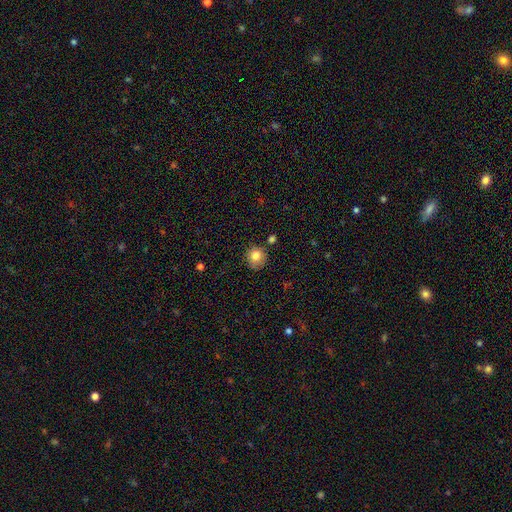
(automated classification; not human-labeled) A smooth galaxy with no disk features (81%) that is round (87%).

Vote fractions:
- Smooth or featured? smooth: 81% / star or artifact: 10% / featured or disk: 9%
- How rounded? round: 87% / in between: 12% / cigar-shaped: 1%
- Merging? none: 80% / minor disturbance: 13% / merger: 4% / major disturbance: 3%